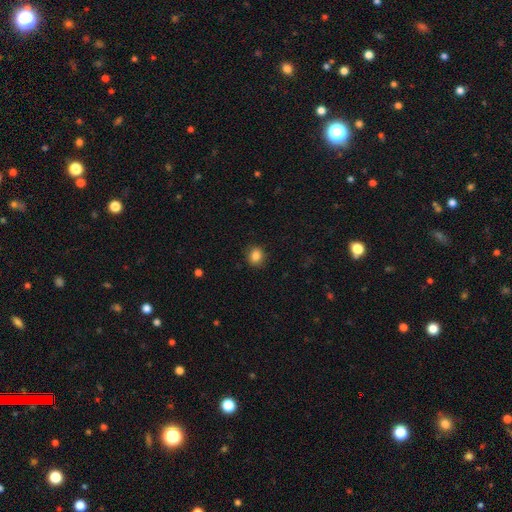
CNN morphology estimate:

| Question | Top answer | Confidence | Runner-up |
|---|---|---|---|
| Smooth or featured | smooth | 86% | star or artifact (10%) |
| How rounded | round | 70% | in between (29%) |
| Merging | none | 87% | minor disturbance (9%) |